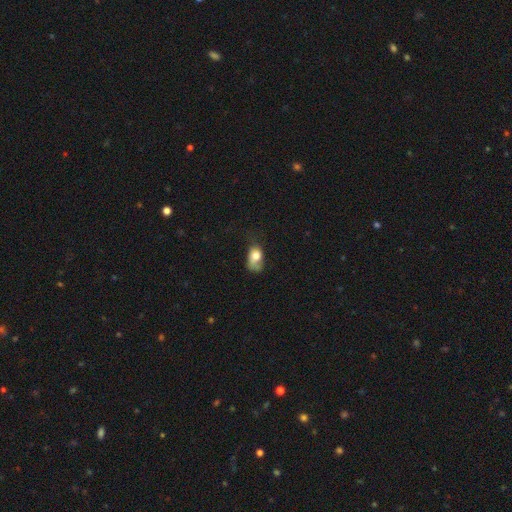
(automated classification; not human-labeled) This appears to be a smooth galaxy with no disk features (71%) that is in between round and cigar-shaped (79%). Merging: major disturbance (35%).